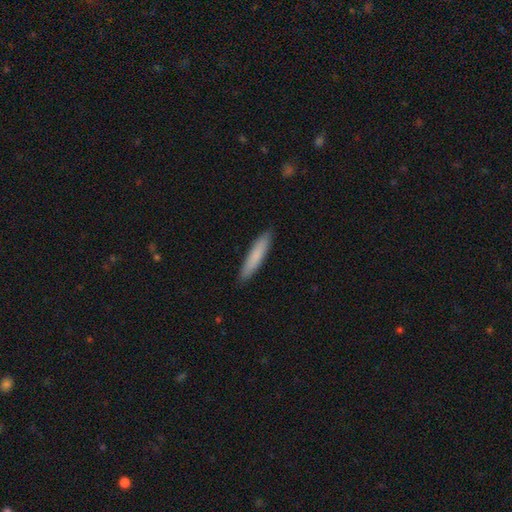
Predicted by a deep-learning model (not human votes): Smooth or featured: smooth — 81% (featured or disk — 14%)
How rounded: cigar-shaped — 91% (in between — 8%)
Merging: none — 91% (minor disturbance — 7%)